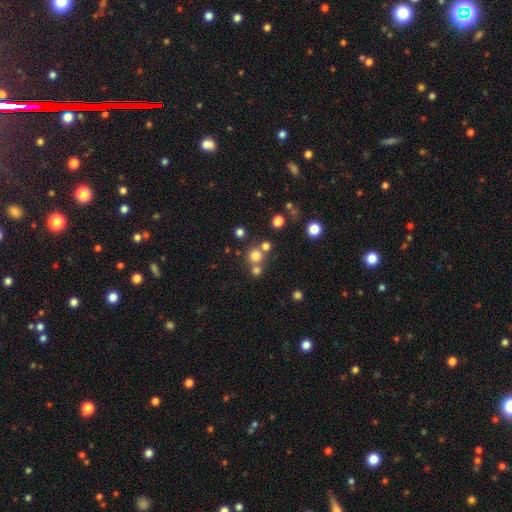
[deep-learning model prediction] Smooth or featured: smooth — 72% (star or artifact — 19%)
How rounded: round — 91% (in between — 8%)
Merging: none — 61% (merger — 29%)